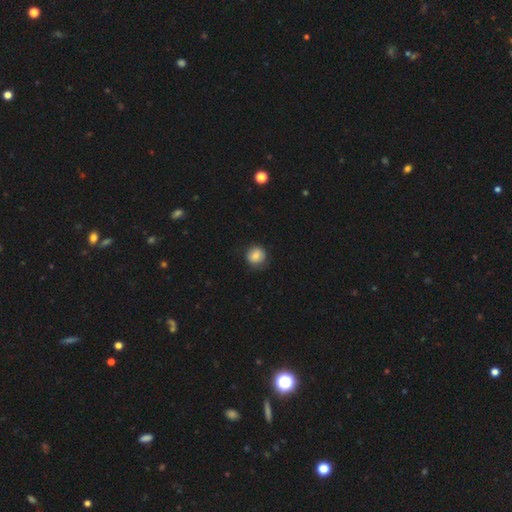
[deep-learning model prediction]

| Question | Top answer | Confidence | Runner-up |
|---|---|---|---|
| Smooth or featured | smooth | 82% | featured or disk (10%) |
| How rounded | round | 87% | in between (12%) |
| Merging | none | 78% | minor disturbance (17%) |